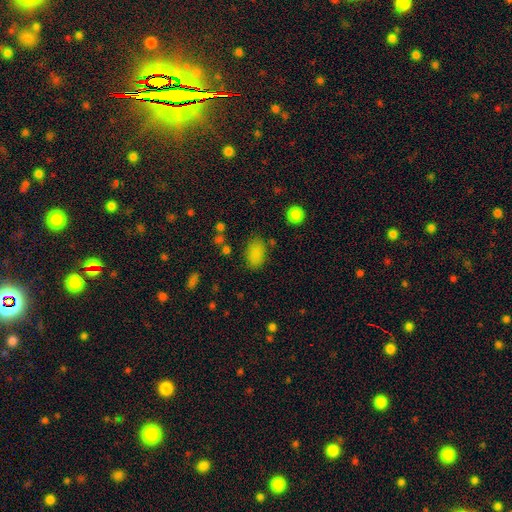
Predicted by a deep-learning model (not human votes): The model was most divided on "merging": none: 78%, minor disturbance: 15%, major disturbance: 5%, merger: 3%. More confident: how rounded — in between (87%); smooth or featured — smooth (83%).